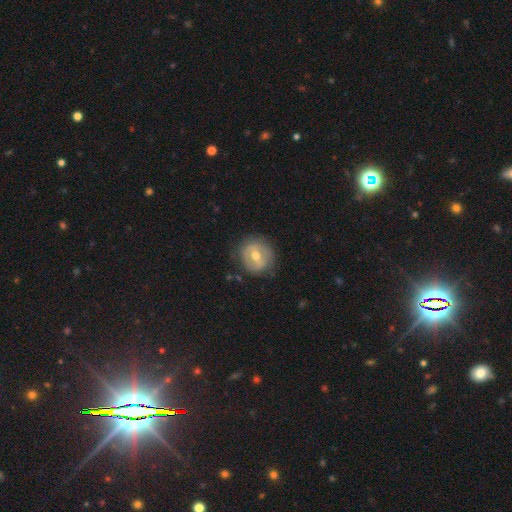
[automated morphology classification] smooth-or-featured: featured or disk: 50% | smooth: 43% | star or artifact: 7%
  merging: none: 80% | minor disturbance: 14% | major disturbance: 5% | merger: 1%